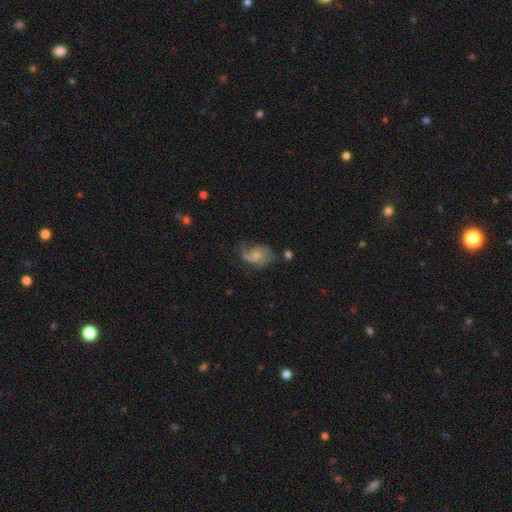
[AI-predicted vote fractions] This appears to be a featured or disk galaxy (55%) with no bar (72%), spiral arms (81%) and a small central bulge (52%). Merging: none (39%).